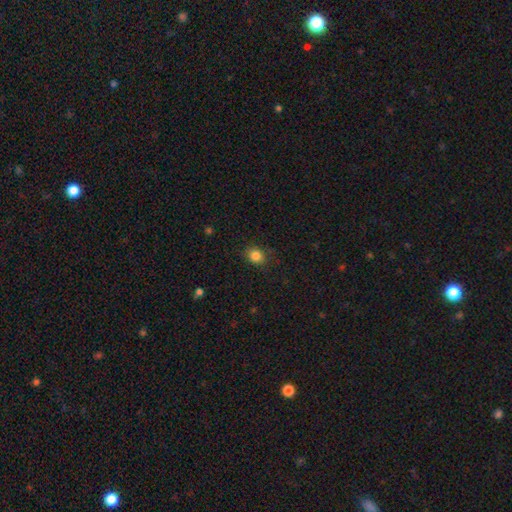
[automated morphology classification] Smooth or featured? smooth (84%)
How rounded? round (63%)
Merging? none (85%)